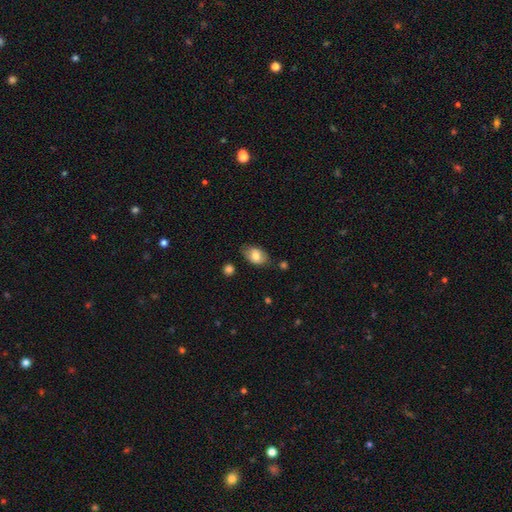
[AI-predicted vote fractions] A smooth galaxy with no disk features (78%) that is in between round and cigar-shaped (90%). Merging: none (75%).